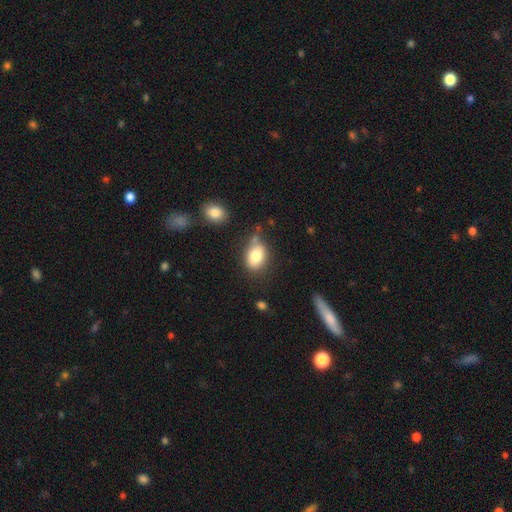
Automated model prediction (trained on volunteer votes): smooth 80%, featured or disk 11%, star or artifact 9%. Down the decision tree: how rounded — in between (75%); merging — none (60%).